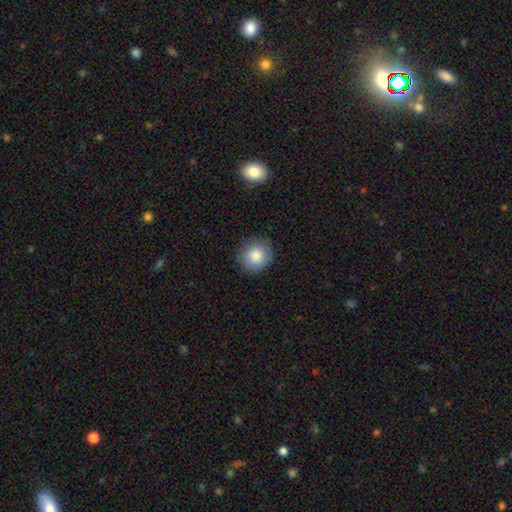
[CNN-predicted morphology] A smooth galaxy with no disk features (85%) that is round (87%).

Vote fractions:
- Smooth or featured? smooth: 85% / star or artifact: 8% / featured or disk: 6%
- How rounded? round: 87% / in between: 12% / cigar-shaped: 1%
- Merging? none: 86% / minor disturbance: 11% / major disturbance: 3% / merger: 1%